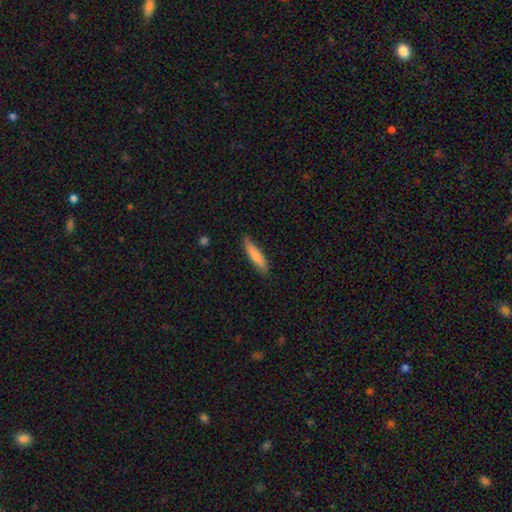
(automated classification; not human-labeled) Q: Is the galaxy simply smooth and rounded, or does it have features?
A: smooth — 79%.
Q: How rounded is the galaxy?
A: cigar-shaped — 81%.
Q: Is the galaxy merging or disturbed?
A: none — 80%.